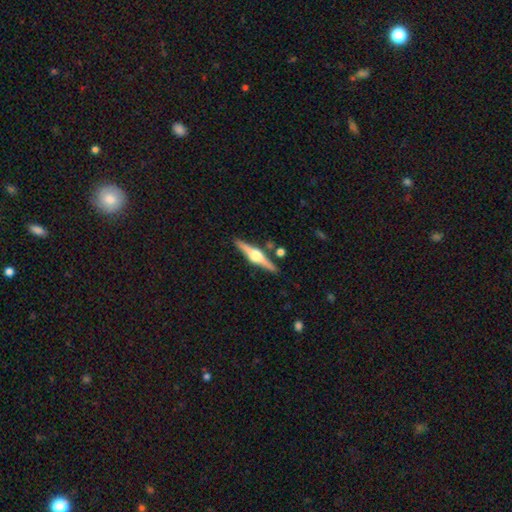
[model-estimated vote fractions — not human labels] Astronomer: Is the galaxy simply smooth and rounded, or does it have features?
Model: featured or disk — 81%.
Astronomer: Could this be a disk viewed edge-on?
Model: yes — 98%.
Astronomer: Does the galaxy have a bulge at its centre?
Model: rounded — 95%.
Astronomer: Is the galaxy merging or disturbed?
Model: none — 87%.